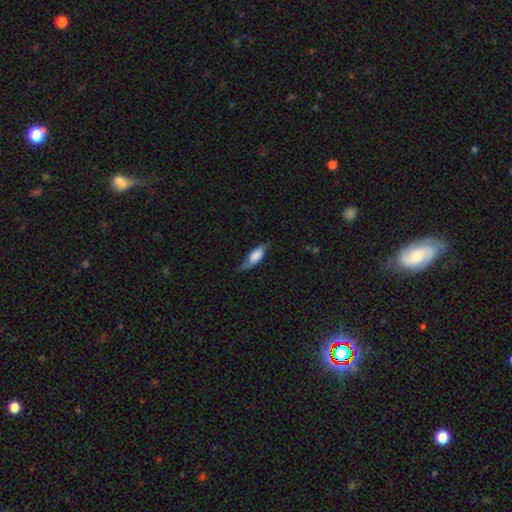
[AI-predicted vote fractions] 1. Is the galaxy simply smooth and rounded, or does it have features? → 70% smooth, 23% featured or disk, 7% star or artifact.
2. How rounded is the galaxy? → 68% in between, 29% cigar-shaped, 3% round.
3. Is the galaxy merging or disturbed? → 63% none, 29% minor disturbance, 7% major disturbance, 1% merger.